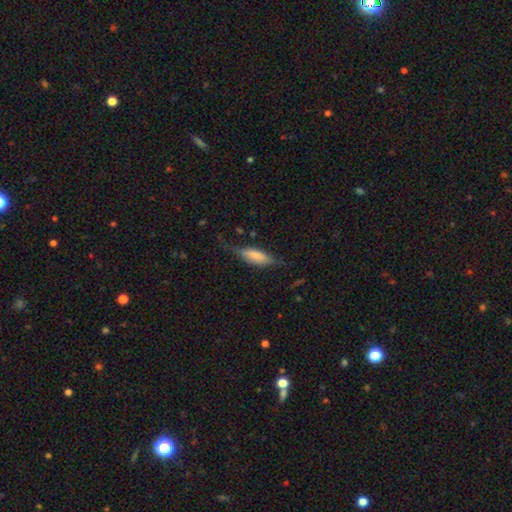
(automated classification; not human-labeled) A smooth galaxy with no disk features (57%) that is in between round and cigar-shaped (59%). Merging: none (50%).